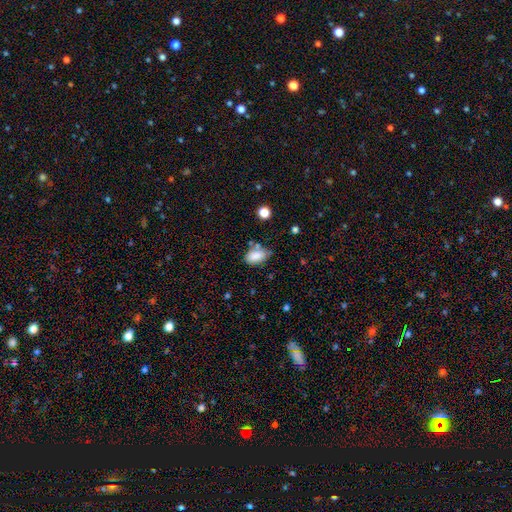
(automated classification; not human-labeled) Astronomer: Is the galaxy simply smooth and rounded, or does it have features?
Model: smooth — 82%.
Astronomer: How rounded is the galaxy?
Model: in between — 89%.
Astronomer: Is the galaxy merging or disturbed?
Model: none — 58%.